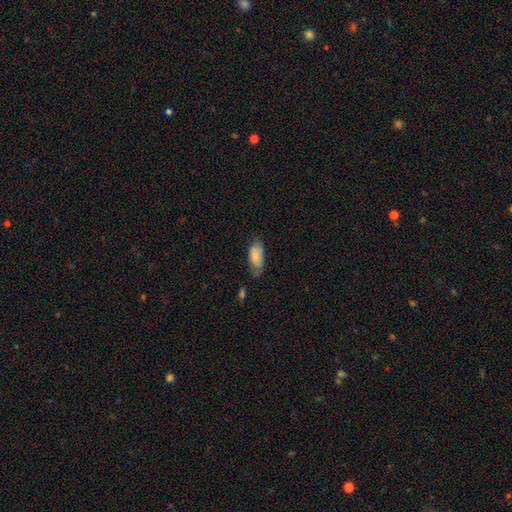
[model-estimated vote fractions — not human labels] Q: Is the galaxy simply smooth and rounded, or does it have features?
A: smooth — 81%.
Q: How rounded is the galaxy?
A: in between — 90%.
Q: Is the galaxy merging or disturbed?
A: none — 58%.